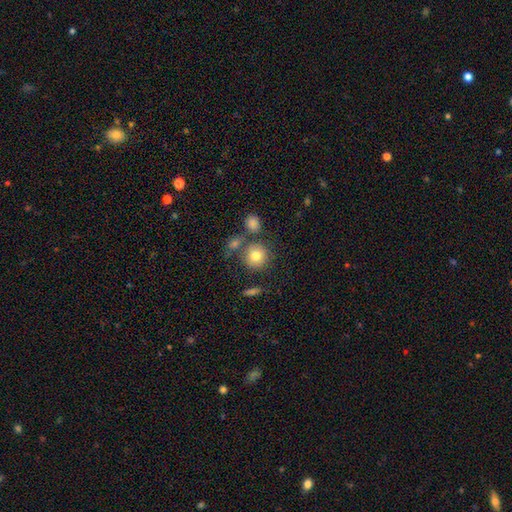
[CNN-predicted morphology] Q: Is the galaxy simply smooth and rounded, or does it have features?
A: smooth — 79%.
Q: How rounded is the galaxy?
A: round — 88%.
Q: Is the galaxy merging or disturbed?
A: none — 68%.